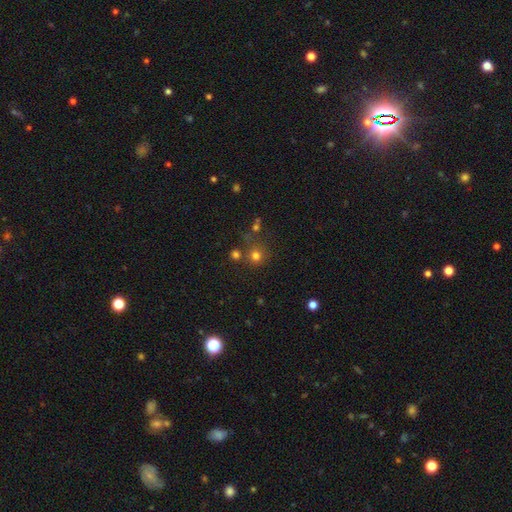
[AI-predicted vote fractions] smooth-or-featured: smooth: 71% | star or artifact: 21% | featured or disk: 8%
  how-rounded: round: 91% | in between: 8% | cigar-shaped: 1%
  merging: none: 69% | merger: 16% | minor disturbance: 10% | major disturbance: 5%